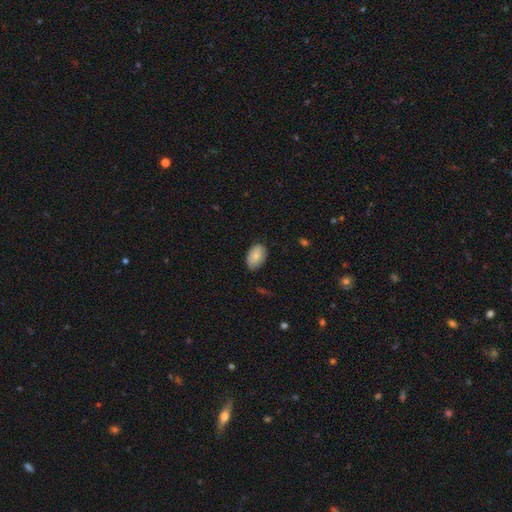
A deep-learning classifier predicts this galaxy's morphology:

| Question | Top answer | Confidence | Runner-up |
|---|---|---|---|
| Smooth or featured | smooth | 82% | featured or disk (12%) |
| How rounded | in between | 91% | round (8%) |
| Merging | none | 77% | minor disturbance (19%) |